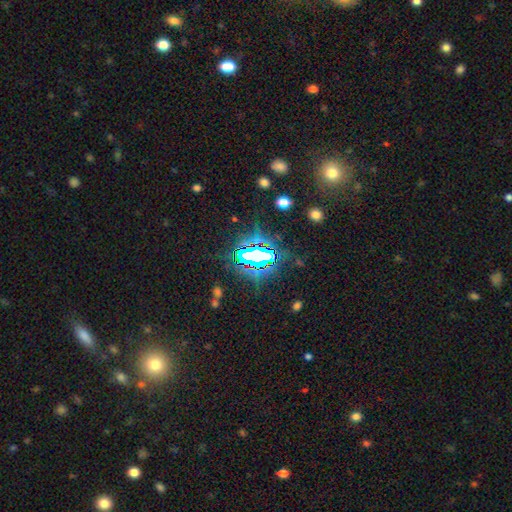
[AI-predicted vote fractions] This appears to be a star or artifact, not a galaxy (73%).